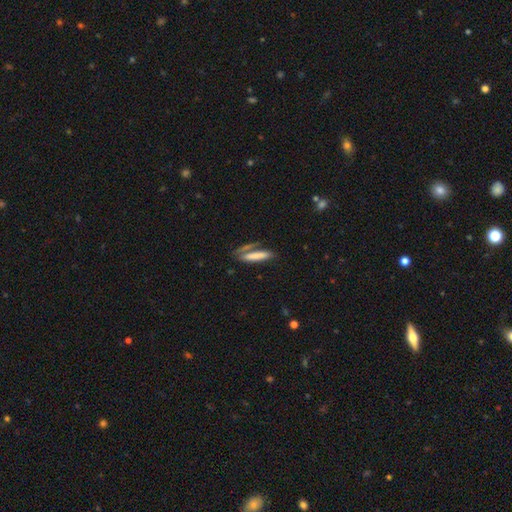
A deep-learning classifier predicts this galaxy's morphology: A smooth galaxy with no disk features (75%) that is cigar-shaped (81%). Merging: none (55%).